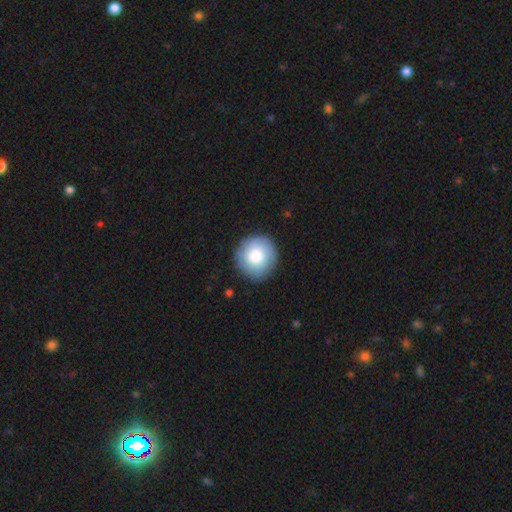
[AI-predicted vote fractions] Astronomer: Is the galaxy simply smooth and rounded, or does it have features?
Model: smooth — 79%.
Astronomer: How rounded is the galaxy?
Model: round — 94%.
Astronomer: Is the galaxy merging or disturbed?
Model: none — 87%.